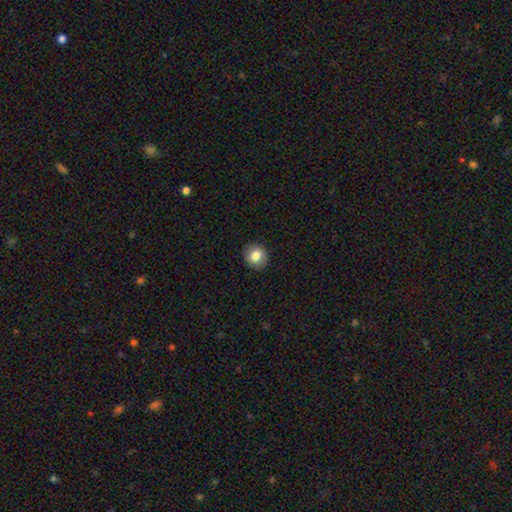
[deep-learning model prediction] Smooth or featured?
  - smooth: 81% *
  - featured or disk: 10%
  - star or artifact: 9%
How rounded?
  - round: 87% *
  - in between: 13%
  - cigar-shaped: 1%
Merging?
  - none: 91% *
  - minor disturbance: 7%
  - major disturbance: 2%
  - merger: 1%